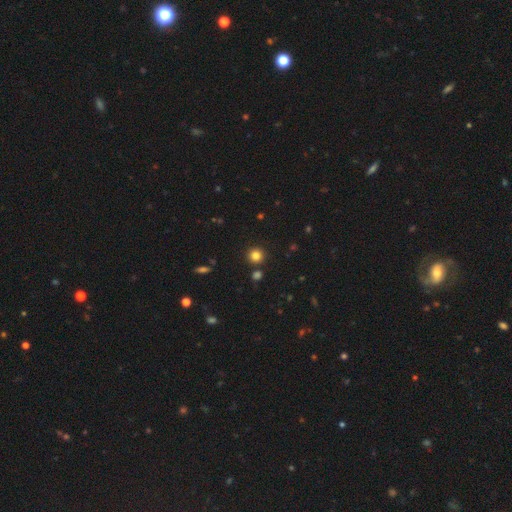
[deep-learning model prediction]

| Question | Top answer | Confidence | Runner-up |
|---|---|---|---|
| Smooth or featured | smooth | 82% | star or artifact (13%) |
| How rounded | round | 94% | in between (5%) |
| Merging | none | 88% | minor disturbance (6%) |